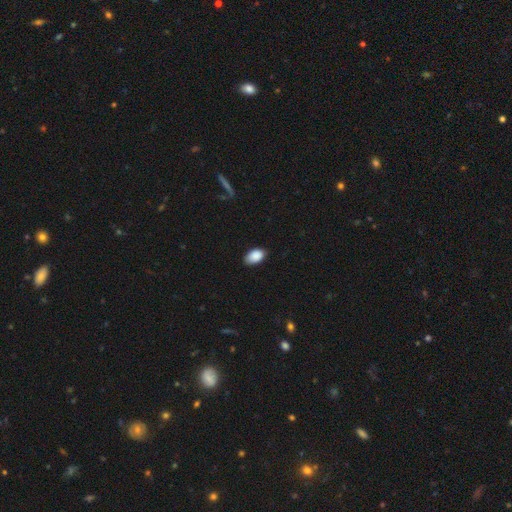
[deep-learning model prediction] Q: Smooth or featured?
A: smooth (89%); runner-up: star or artifact (7%)
Q: How rounded?
A: in between (92%); runner-up: round (6%)
Q: Merging?
A: none (79%); runner-up: minor disturbance (18%)